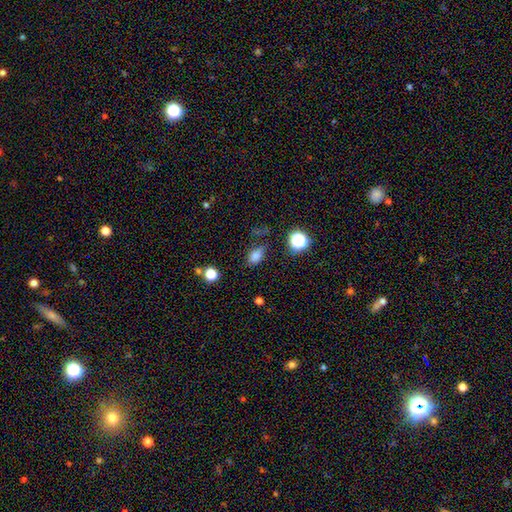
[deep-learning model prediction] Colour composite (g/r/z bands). It shows a smooth galaxy with no disk features (77%) that is in between round and cigar-shaped (78%). Merging: none (64%).